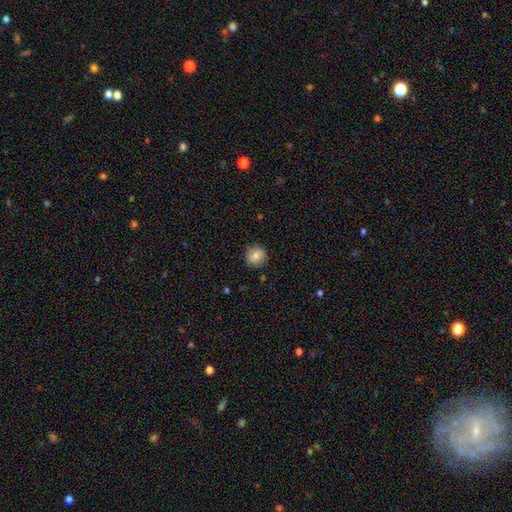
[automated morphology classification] type=smooth (83%); roundness=round (93%); merging=none (88%).